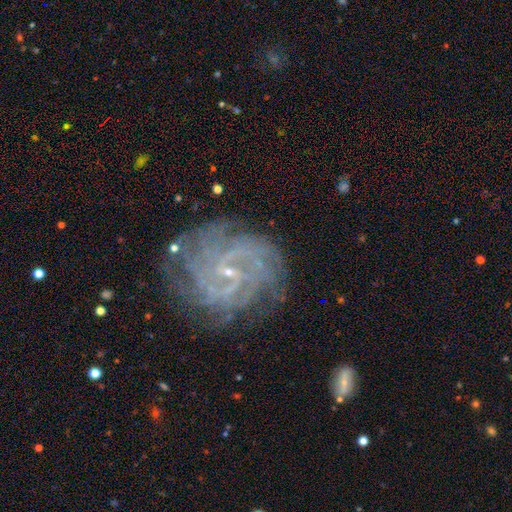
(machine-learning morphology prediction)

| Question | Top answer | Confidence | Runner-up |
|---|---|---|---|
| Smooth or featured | featured or disk | 85% | star or artifact (8%) |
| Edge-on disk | no | 97% | yes (3%) |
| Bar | weak | 49% | no (33%) |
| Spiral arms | yes | 95% | no (5%) |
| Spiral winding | tight | 63% | medium (30%) |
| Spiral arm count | can't tell | 31% | 4 (20%) |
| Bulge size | small | 84% | none (7%) |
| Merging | none | 72% | minor disturbance (17%) |